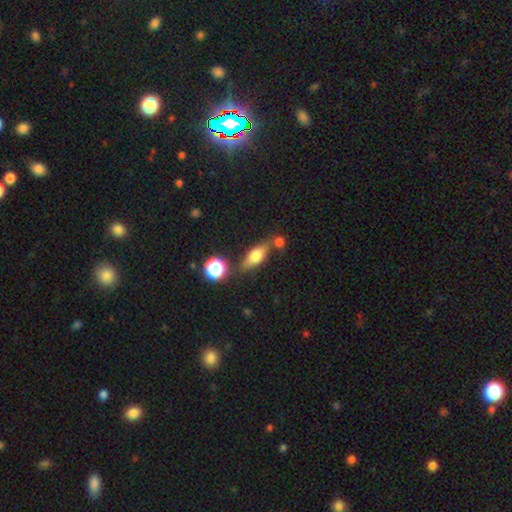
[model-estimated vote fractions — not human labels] Q: Smooth or featured?
A: smooth (65%); runner-up: featured or disk (25%)
Q: How rounded?
A: in between (67%); runner-up: cigar-shaped (23%)
Q: Merging?
A: none (64%); runner-up: minor disturbance (16%)